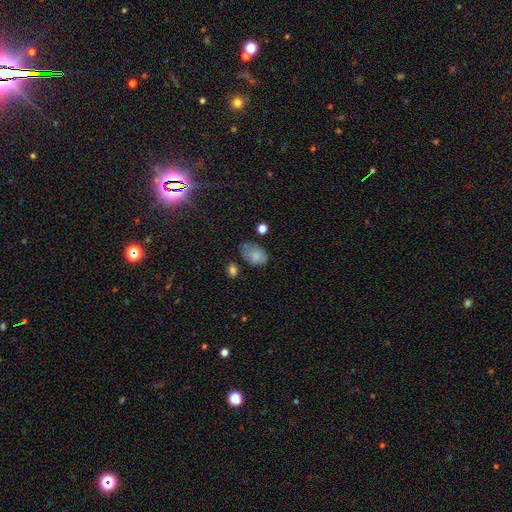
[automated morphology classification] Smooth or featured? Predicted: smooth (p=0.79). How rounded? Predicted: in between (p=0.83). Merging? Predicted: none (p=0.52).